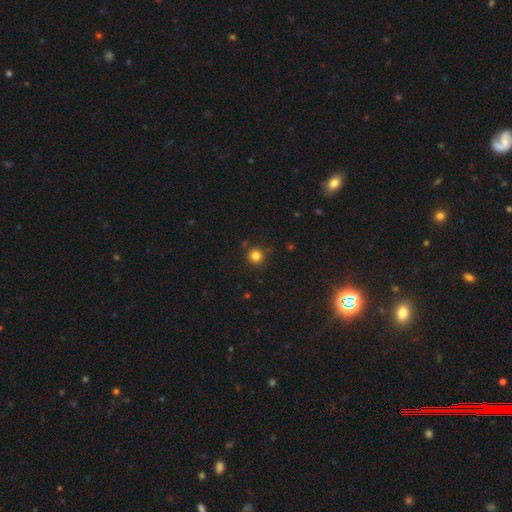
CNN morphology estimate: smooth 82%, star or artifact 14%, featured or disk 5%. Down the decision tree: how rounded — round (95%); merging — none (88%).